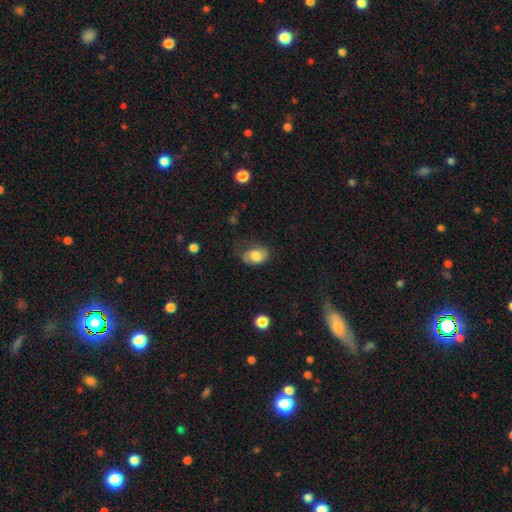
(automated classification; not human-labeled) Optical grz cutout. It shows a smooth galaxy with no disk features (62%) that is in between round and cigar-shaped (76%). Merging: none (57%).